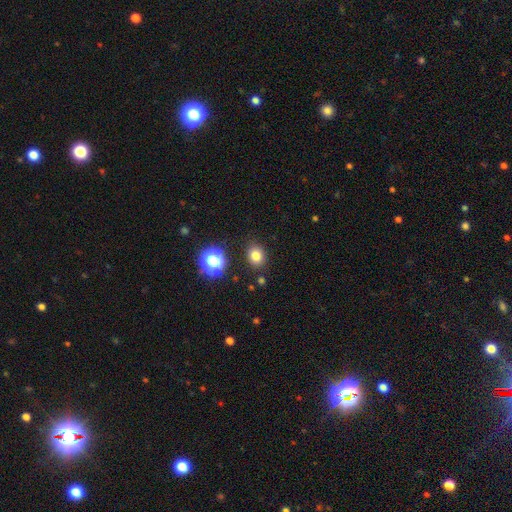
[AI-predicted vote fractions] This is likely a smooth galaxy (79%). How rounded: likely round (61%). Merging: clearly none (85%).